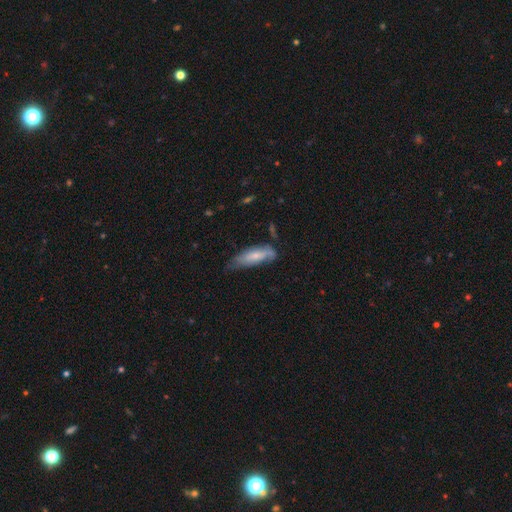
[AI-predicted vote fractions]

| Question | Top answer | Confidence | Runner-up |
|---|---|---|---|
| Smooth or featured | smooth | 60% | featured or disk (33%) |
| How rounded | in between | 57% | cigar-shaped (41%) |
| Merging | none | 41% | minor disturbance (39%) |